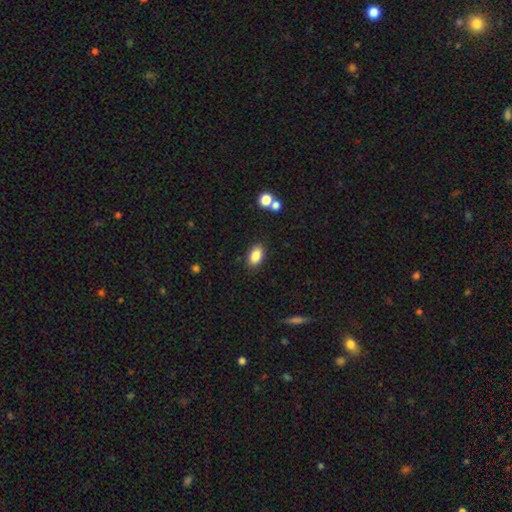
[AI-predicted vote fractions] This is clearly a smooth galaxy (86%). How rounded: clearly in between (90%). Merging: clearly none (86%).